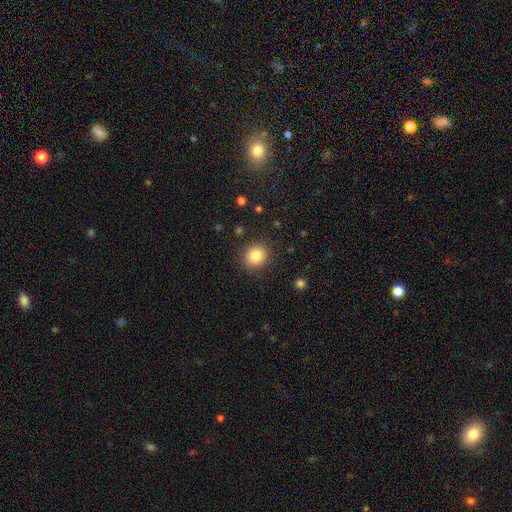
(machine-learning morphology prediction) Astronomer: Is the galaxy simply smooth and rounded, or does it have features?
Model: smooth — 84%.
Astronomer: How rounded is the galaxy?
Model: round — 87%.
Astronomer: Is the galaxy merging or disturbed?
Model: none — 89%.